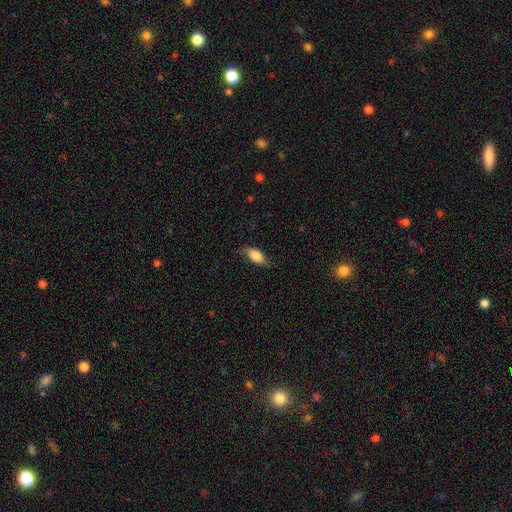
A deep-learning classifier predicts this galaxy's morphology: A smooth galaxy with no disk features (73%) that is in between round and cigar-shaped (82%). Merging: none (71%).